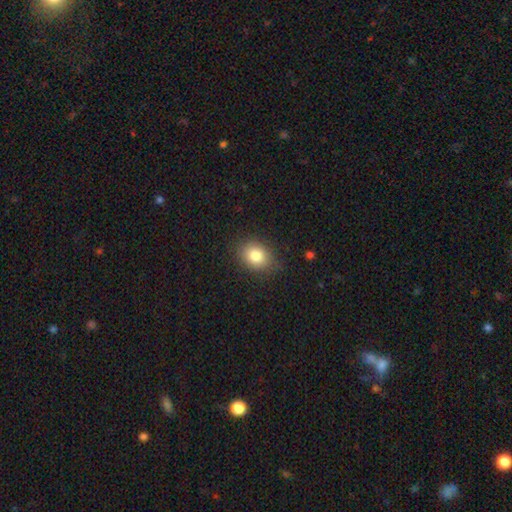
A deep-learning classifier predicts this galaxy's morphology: Overall: smooth (82%). How rounded: in between (60%; round 39%). Merging: none (82%).